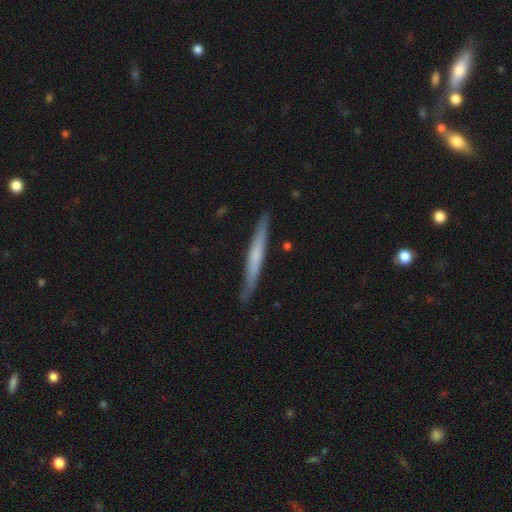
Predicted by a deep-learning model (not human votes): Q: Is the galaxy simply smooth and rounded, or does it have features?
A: smooth — 49%.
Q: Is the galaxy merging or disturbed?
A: none — 86%.